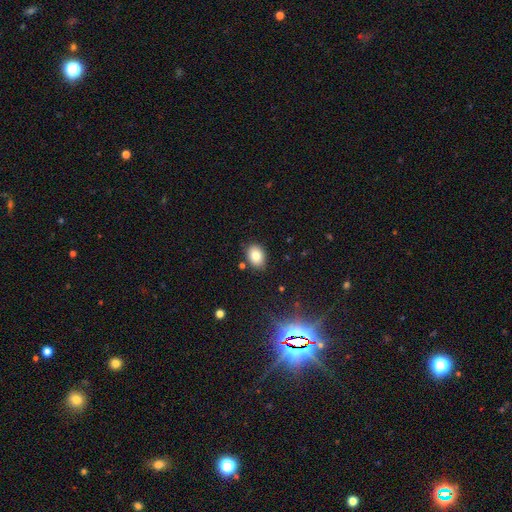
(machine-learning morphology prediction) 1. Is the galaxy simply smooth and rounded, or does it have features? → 82% smooth, 9% star or artifact, 9% featured or disk.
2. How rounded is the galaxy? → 73% in between, 26% round, 1% cigar-shaped.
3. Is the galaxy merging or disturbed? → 85% none, 10% minor disturbance, 3% merger, 2% major disturbance.